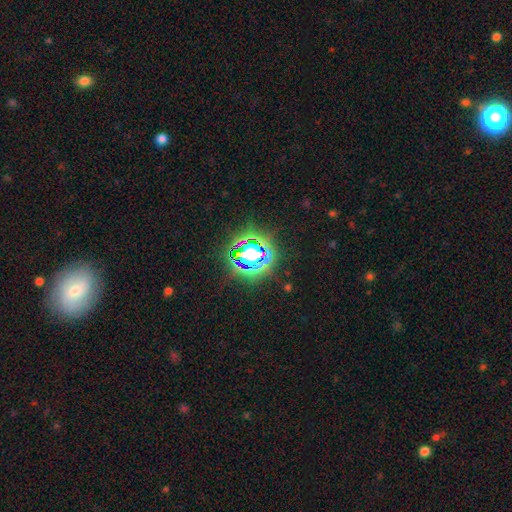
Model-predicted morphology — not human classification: This appears to be a star or artifact, not a galaxy (65%).